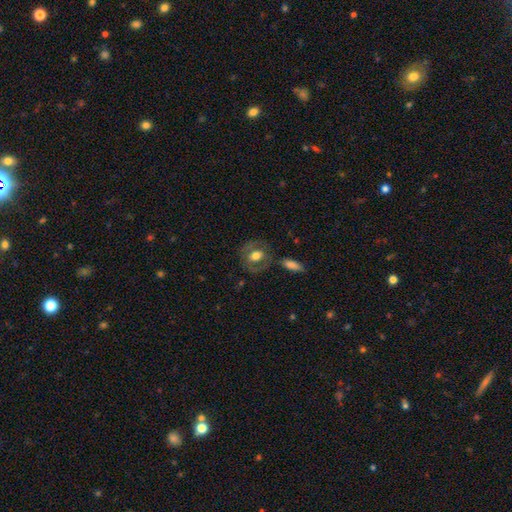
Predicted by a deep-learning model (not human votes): A featured or disk galaxy (48%).

Vote fractions:
- Smooth or featured? featured or disk: 48% / smooth: 45% / star or artifact: 7%
- Merging? none: 71% / minor disturbance: 15% / major disturbance: 8% / merger: 5%